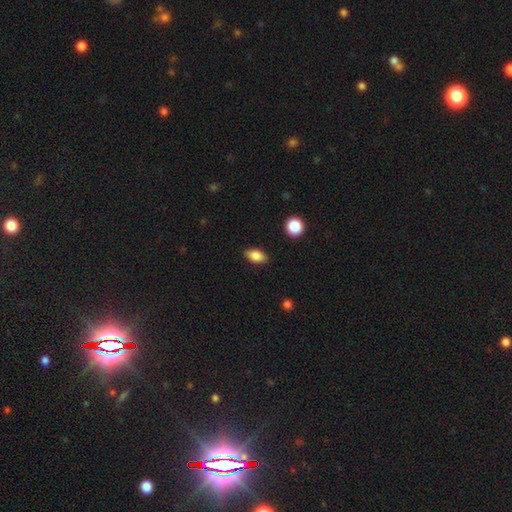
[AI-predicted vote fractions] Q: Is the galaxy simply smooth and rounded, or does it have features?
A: smooth — 86%.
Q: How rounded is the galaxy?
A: in between — 88%.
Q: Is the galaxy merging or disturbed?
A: none — 86%.